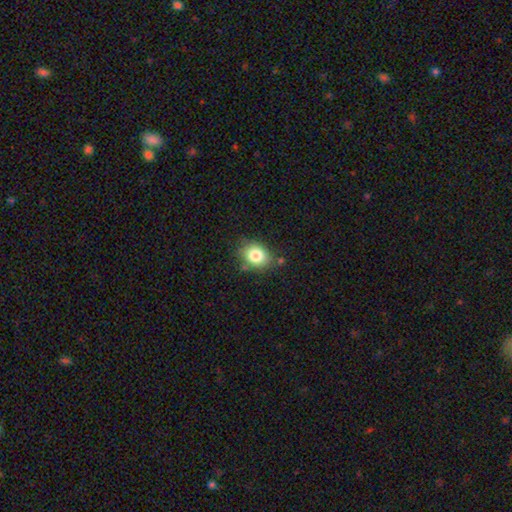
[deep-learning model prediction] A smooth galaxy with no disk features (82%) that is in between round and cigar-shaped (51%). Merging: none (75%).